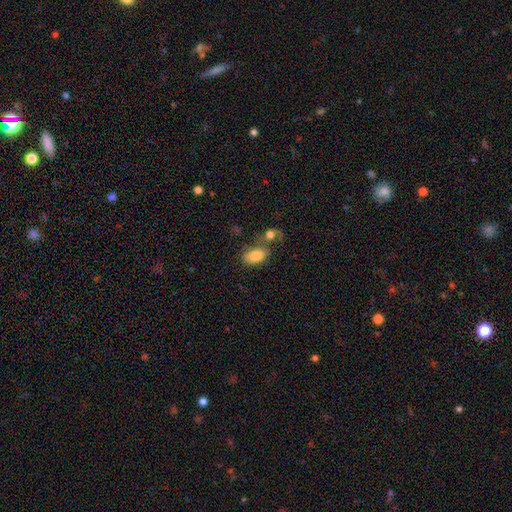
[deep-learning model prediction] Smooth or featured? smooth (80%)
How rounded? in between (88%)
Merging? none (39%)